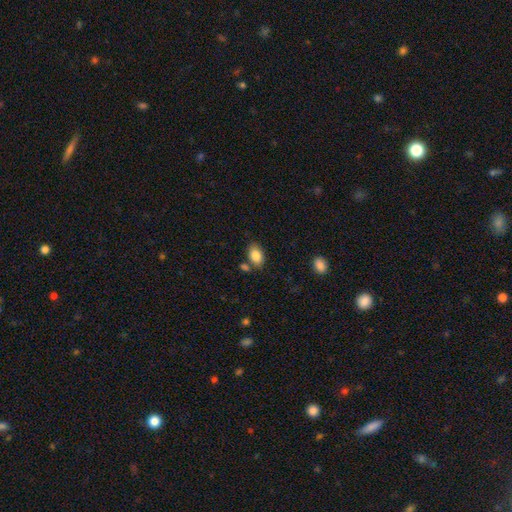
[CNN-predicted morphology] Smooth or featured? smooth (84%)
How rounded? in between (86%)
Merging? none (73%)